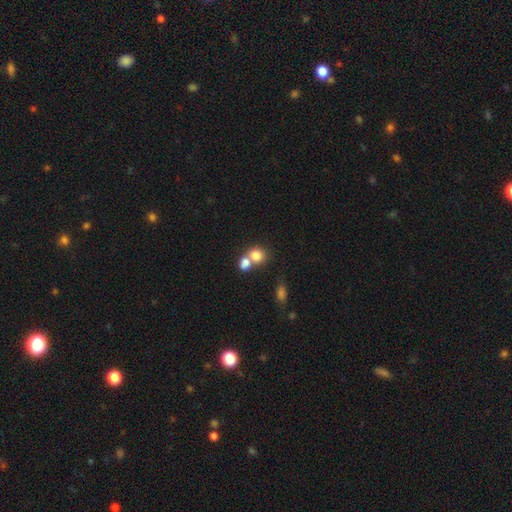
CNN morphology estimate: Overall: smooth (78%). How rounded: round (67%; in between 32%). Merging: merger (56%; none 34%).